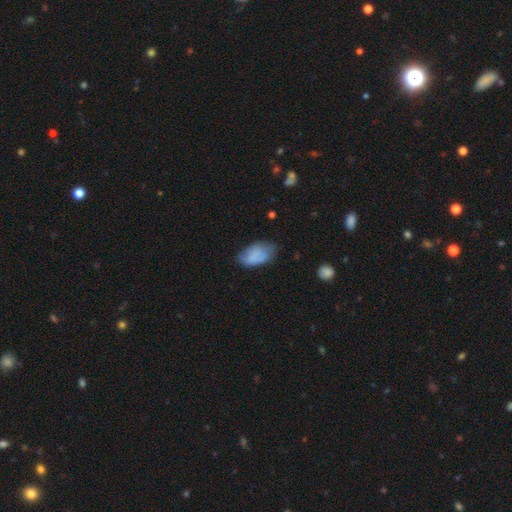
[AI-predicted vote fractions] A smooth galaxy with no disk features (73%) that is in between round and cigar-shaped (94%). Merging: none (55%).